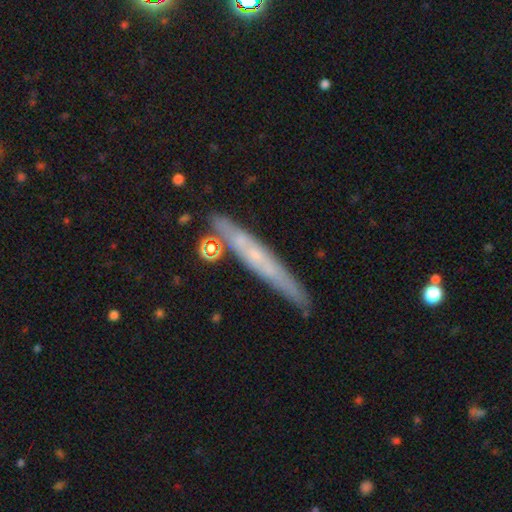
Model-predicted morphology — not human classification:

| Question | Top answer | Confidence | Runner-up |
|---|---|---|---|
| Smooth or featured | featured or disk | 56% | smooth (35%) |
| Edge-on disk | yes | 85% | no (15%) |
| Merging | none | 80% | minor disturbance (13%) |